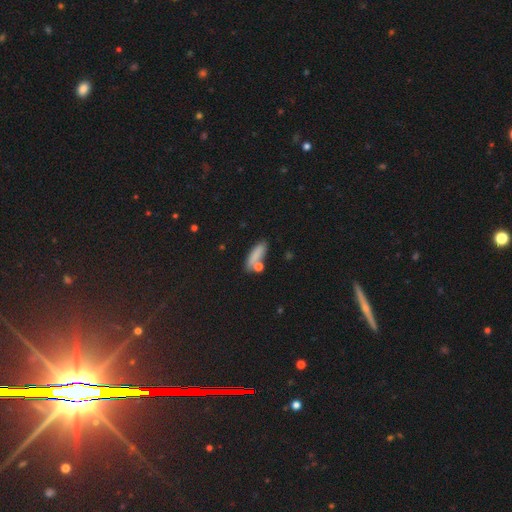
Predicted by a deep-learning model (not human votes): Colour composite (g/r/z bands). It shows a smooth galaxy with no disk features (79%) that is cigar-shaped (49%). Merging: none (68%).